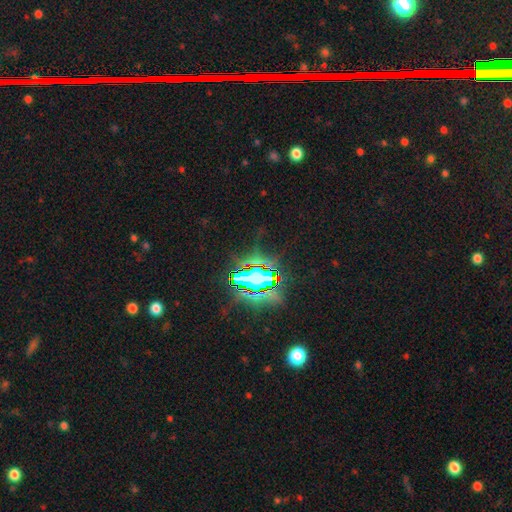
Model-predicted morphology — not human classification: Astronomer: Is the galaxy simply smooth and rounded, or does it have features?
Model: star or artifact — 74%.